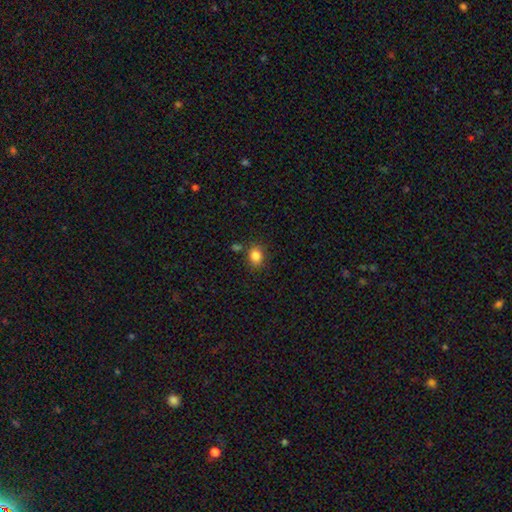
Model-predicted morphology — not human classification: Smooth or featured? Predicted: smooth (p=0.84). How rounded? Predicted: round (p=0.57). Merging? Predicted: none (p=0.78).